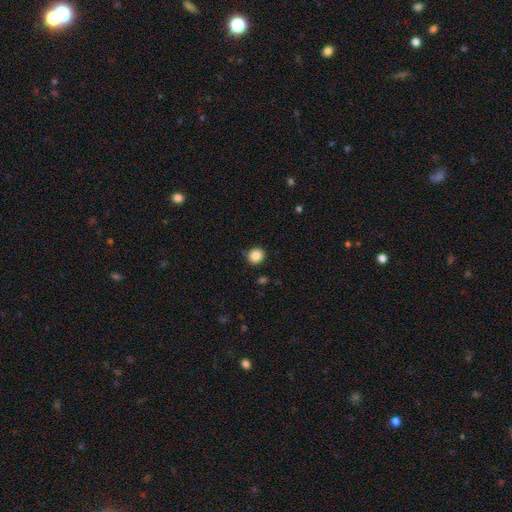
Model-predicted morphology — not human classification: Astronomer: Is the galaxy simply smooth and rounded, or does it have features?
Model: smooth — 87%.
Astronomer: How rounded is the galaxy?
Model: round — 88%.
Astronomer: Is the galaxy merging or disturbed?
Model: none — 88%.